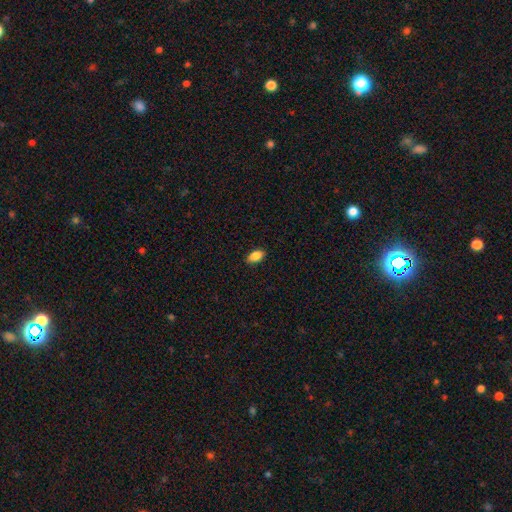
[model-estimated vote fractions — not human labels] Smooth or featured: smooth — 88% (star or artifact — 8%)
How rounded: in between — 92% (round — 5%)
Merging: none — 86% (minor disturbance — 11%)